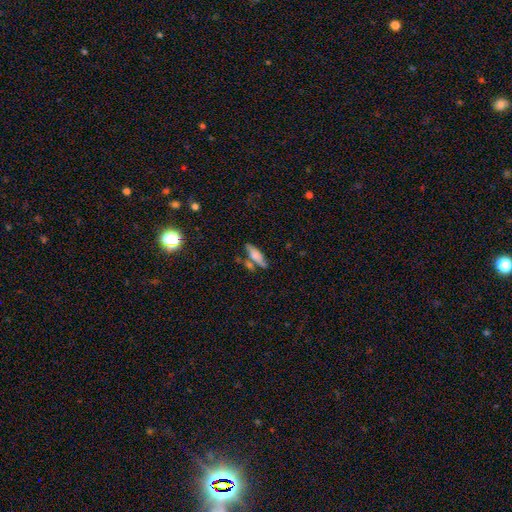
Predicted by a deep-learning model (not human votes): Overall: smooth (69%). How rounded: cigar-shaped (55%; in between 42%). Merging: none (59%; merger 19%).